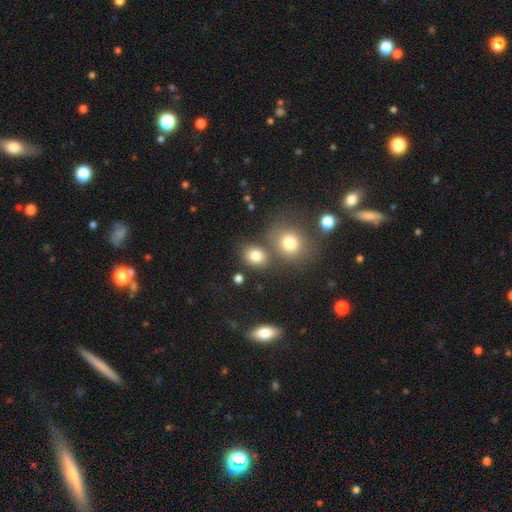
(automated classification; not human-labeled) Morphology: type=smooth (79%); roundness=round (58%); merging=none (64%).